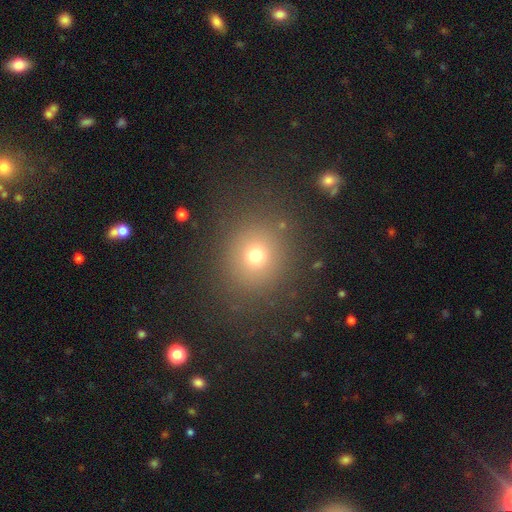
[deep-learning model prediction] smooth 70%, star or artifact 20%, featured or disk 10%. Down the decision tree: how rounded — round (80%); merging — none (84%).